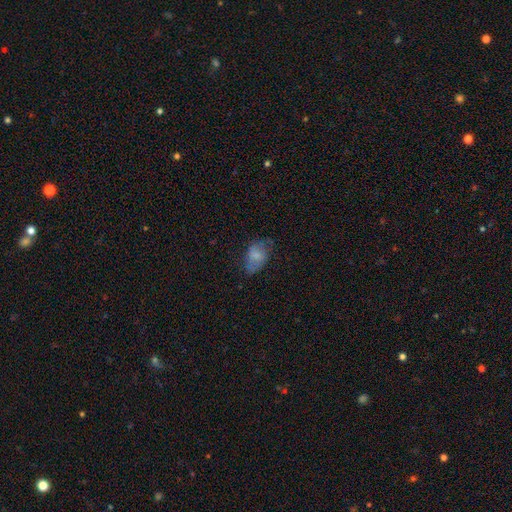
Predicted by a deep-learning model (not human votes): Q: Smooth or featured?
A: smooth (71%); runner-up: featured or disk (20%)
Q: How rounded?
A: in between (89%); runner-up: round (9%)
Q: Merging?
A: none (51%); runner-up: minor disturbance (31%)